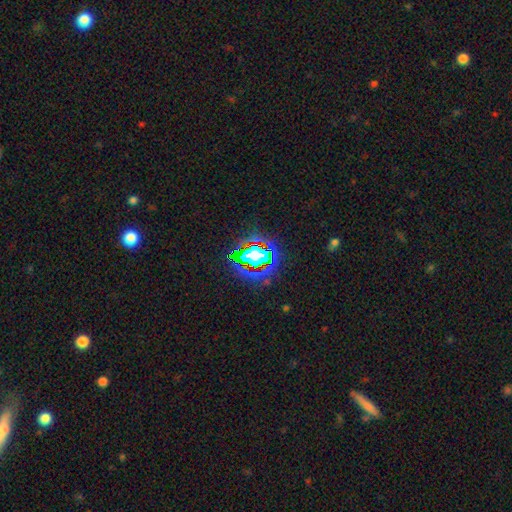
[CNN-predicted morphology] Smooth or featured: star or artifact — 63% (smooth — 21%)